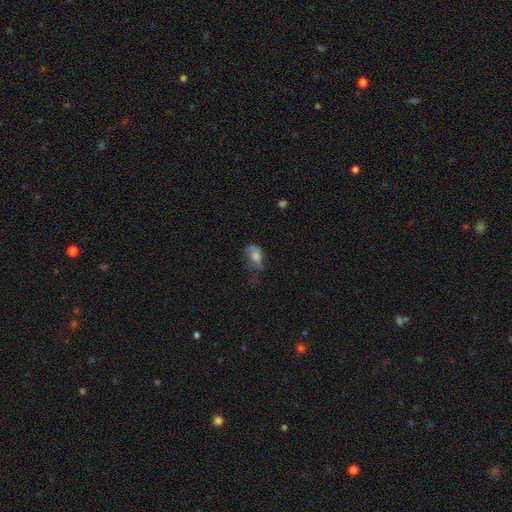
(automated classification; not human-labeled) This appears to be a smooth galaxy with no disk features (54%) that is in between round and cigar-shaped (77%). Merging: major disturbance (34%, tied with none).